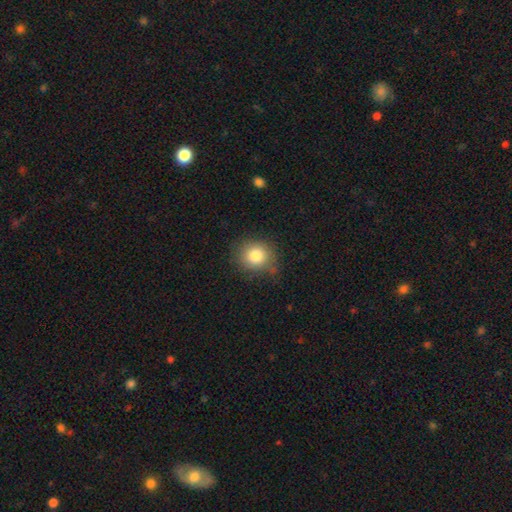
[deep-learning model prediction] This is clearly a smooth galaxy (81%). How rounded: clearly round (81%). Merging: likely none (75%).